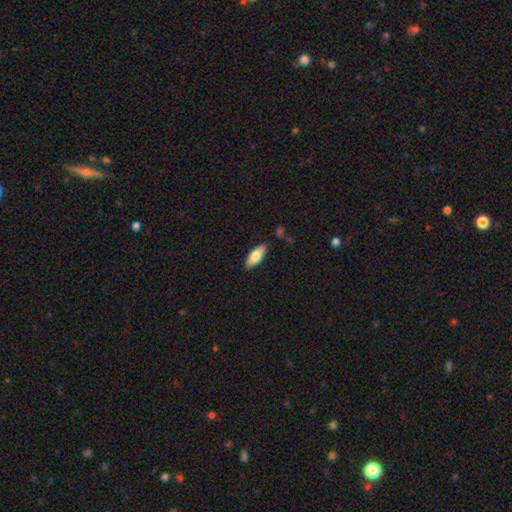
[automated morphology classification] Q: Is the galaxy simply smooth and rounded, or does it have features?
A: smooth — 72%.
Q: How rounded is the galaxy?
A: in between — 75%.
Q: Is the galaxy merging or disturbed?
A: none — 86%.